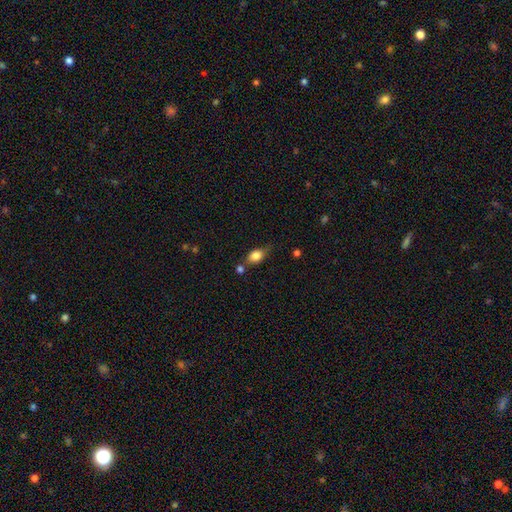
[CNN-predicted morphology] smooth_or_featured: smooth (p=0.81) [alt: featured or disk p=0.11]
how_rounded: in between (p=0.70) [alt: round p=0.26]
merging: none (p=0.52) [alt: minor disturbance p=0.27]